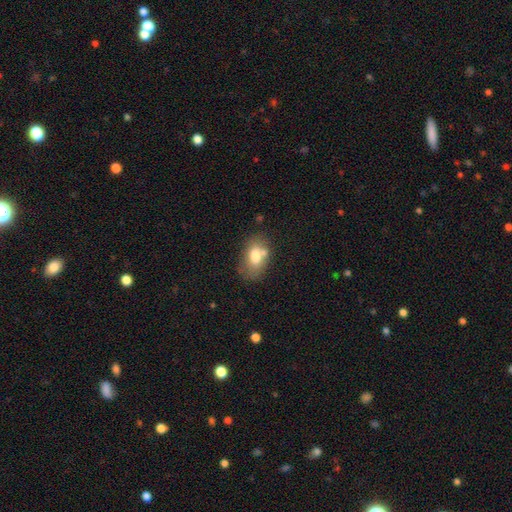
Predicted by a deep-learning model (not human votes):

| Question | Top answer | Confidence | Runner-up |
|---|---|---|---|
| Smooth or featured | smooth | 73% | featured or disk (19%) |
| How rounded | in between | 85% | round (13%) |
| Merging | none | 54% | minor disturbance (20%) |